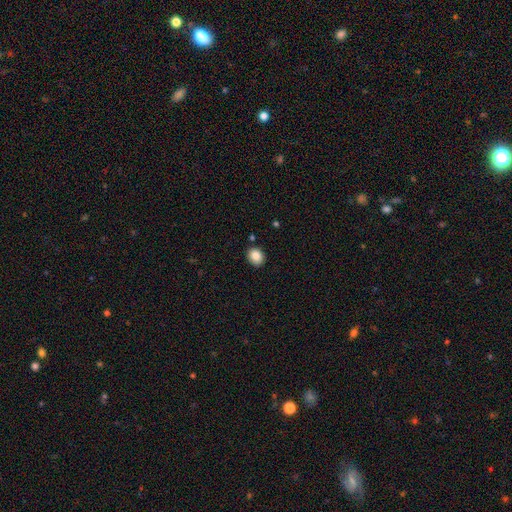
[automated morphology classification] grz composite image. It shows a smooth galaxy with no disk features (87%) that is round (56%). Merging: none (86%).